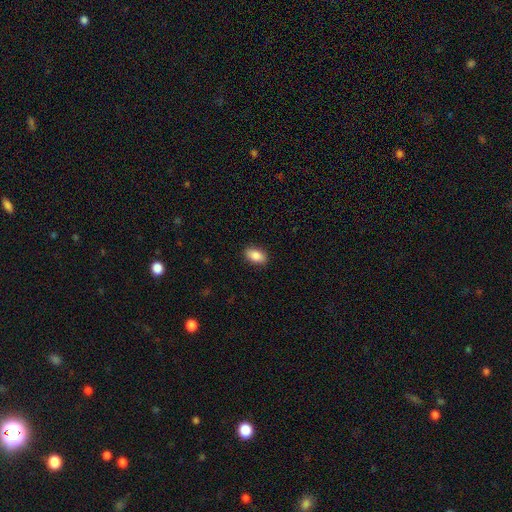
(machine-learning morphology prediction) This is clearly a smooth galaxy (87%). How rounded: clearly in between (91%). Merging: clearly none (89%).